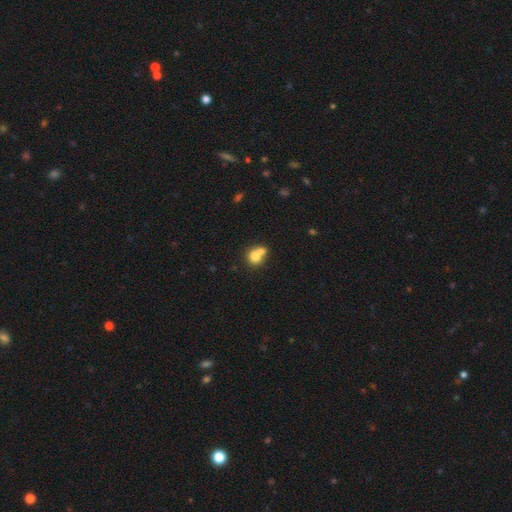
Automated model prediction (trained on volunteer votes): smooth-or-featured: smooth: 74% | featured or disk: 16% | star or artifact: 10%
  how-rounded: round: 73% | in between: 26% | cigar-shaped: 1%
  merging: merger: 60% | none: 29% | minor disturbance: 7% | major disturbance: 4%